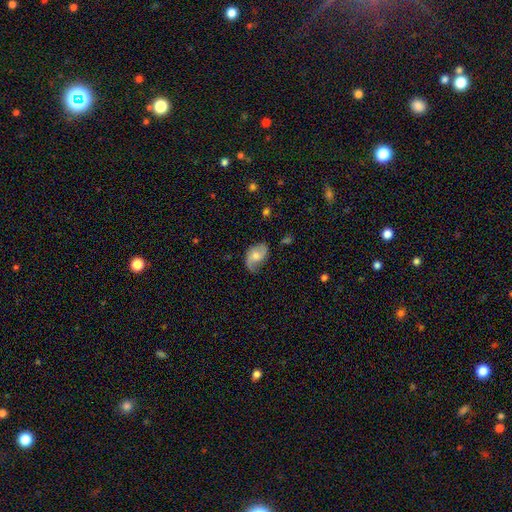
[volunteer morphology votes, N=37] smooth_or_featured: featured or disk (p=0.95) [alt: smooth p=0.03]
disk_edge_on: no (p=0.91) [alt: yes p=0.09]
bar: no (p=0.84) [alt: weak p=0.16]
has_spiral_arms: yes (p=0.88) [alt: no p=0.12]
spiral_winding: loose (p=0.61) [alt: medium p=0.21]
spiral_arm_count: 2 (p=0.75) [alt: 1 p=0.18]
bulge_size: moderate (p=0.56) [alt: small p=0.34]
merging: none (p=0.61) [alt: minor disturbance p=0.22]